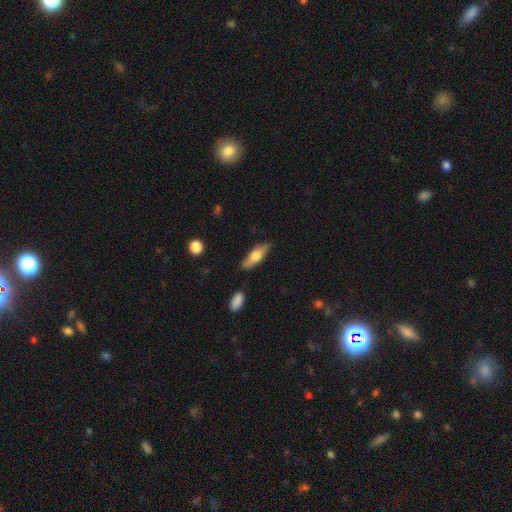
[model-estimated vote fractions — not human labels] Q: Smooth or featured?
A: smooth (57%); runner-up: featured or disk (37%)
Q: How rounded?
A: in between (50%); runner-up: cigar-shaped (47%)
Q: Merging?
A: none (80%); runner-up: minor disturbance (15%)